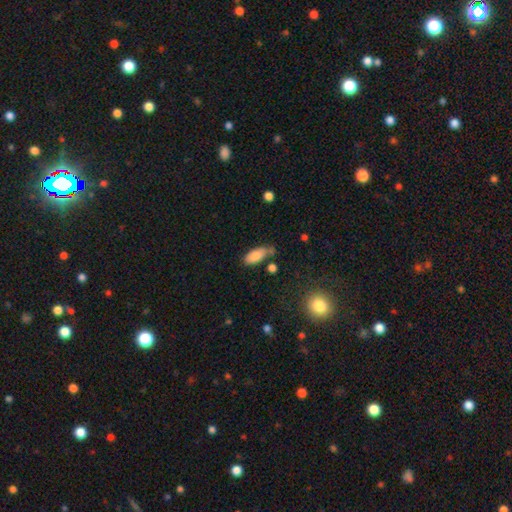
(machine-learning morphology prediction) A smooth galaxy with no disk features (82%) that is in between round and cigar-shaped (85%). Merging: none (60%).